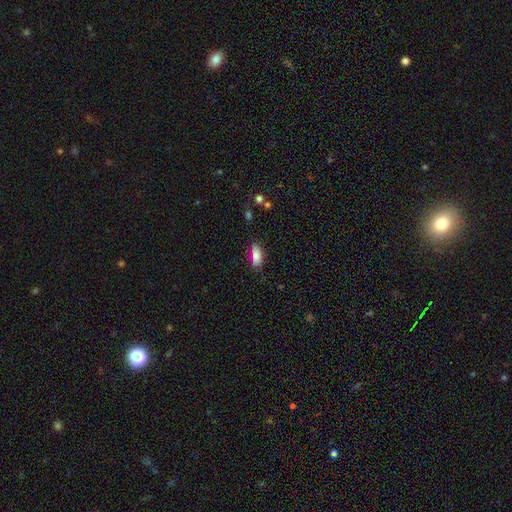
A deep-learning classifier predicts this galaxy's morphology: smooth-or-featured: smooth: 80% | featured or disk: 11% | star or artifact: 9%
  how-rounded: in between: 82% | cigar-shaped: 15% | round: 3%
  merging: none: 78% | minor disturbance: 16% | major disturbance: 3% | merger: 3%